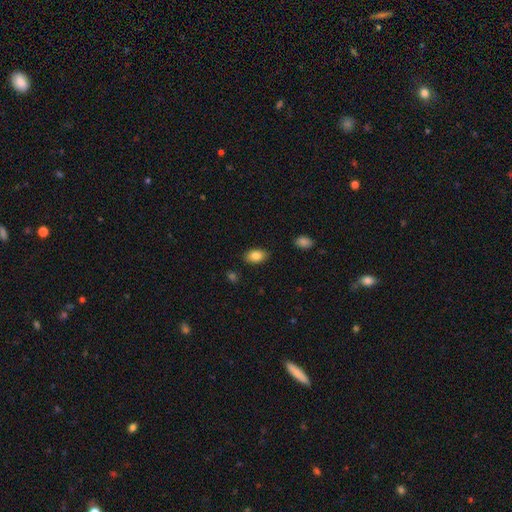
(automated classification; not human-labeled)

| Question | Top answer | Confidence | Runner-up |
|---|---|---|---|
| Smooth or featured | smooth | 85% | star or artifact (8%) |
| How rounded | in between | 90% | round (9%) |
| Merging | none | 85% | minor disturbance (11%) |